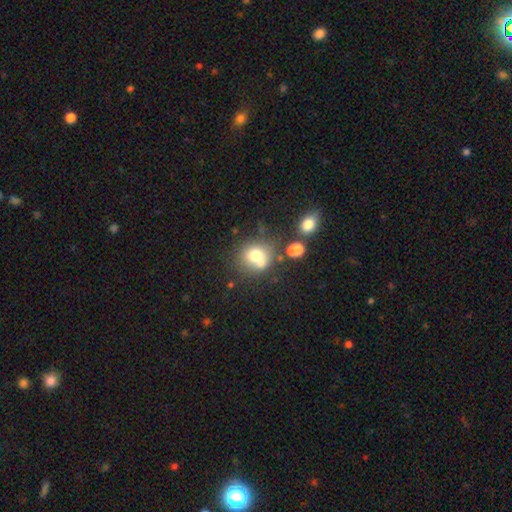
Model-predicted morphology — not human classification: A smooth galaxy with no disk features (71%) that is round (74%). Merging: none (46%).